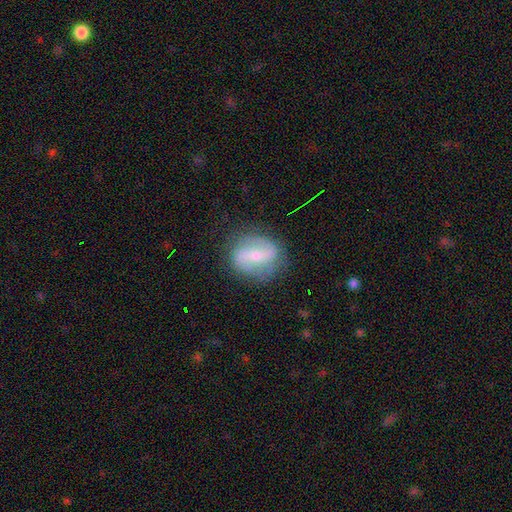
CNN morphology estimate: Q: Smooth or featured?
A: featured or disk (69%); runner-up: smooth (24%)
Q: Edge-on disk?
A: no (95%); runner-up: yes (5%)
Q: Bar?
A: strong (45%); runner-up: weak (36%)
Q: Spiral arms?
A: yes (80%); runner-up: no (20%)
Q: Spiral winding?
A: loose (44%); runner-up: medium (38%)
Q: Spiral arm count?
A: 2 (84%); runner-up: can't tell (9%)
Q: Bulge size?
A: small (58%); runner-up: moderate (34%)
Q: Merging?
A: none (76%); runner-up: minor disturbance (16%)